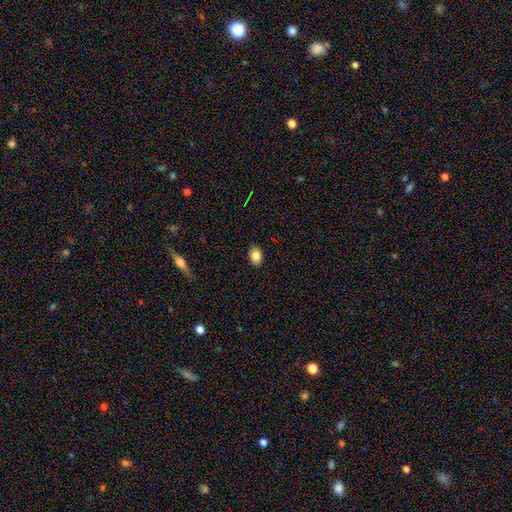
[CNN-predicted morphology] Q: Smooth or featured?
A: smooth (83%); runner-up: star or artifact (9%)
Q: How rounded?
A: in between (77%); runner-up: round (22%)
Q: Merging?
A: none (89%); runner-up: minor disturbance (8%)